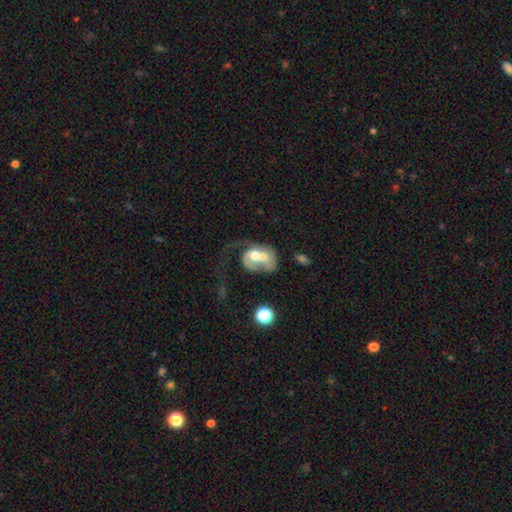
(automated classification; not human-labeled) This appears to be a featured or disk galaxy (59%) with no bar (76%), spiral arms (62%) and a moderate central bulge (57%). Merging: merger (61%).